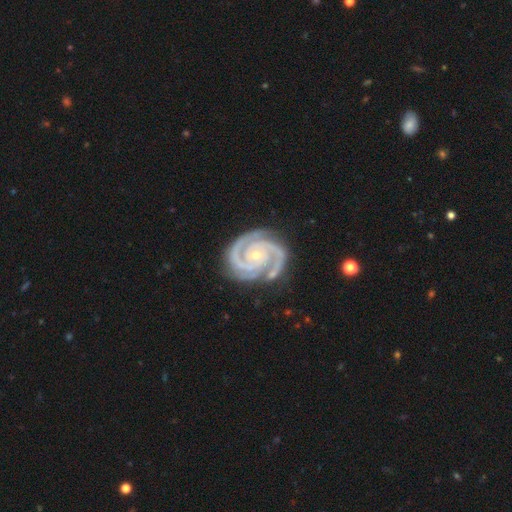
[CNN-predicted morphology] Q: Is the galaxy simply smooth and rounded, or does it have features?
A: featured or disk — 94%.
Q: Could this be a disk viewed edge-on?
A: no — 98%.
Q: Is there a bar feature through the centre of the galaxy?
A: no — 71%.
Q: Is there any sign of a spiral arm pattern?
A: yes — 99%.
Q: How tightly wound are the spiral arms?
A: tight — 78%.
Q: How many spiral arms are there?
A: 2 — 76%.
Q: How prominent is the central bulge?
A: small — 74%.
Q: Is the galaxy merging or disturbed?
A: none — 79%.